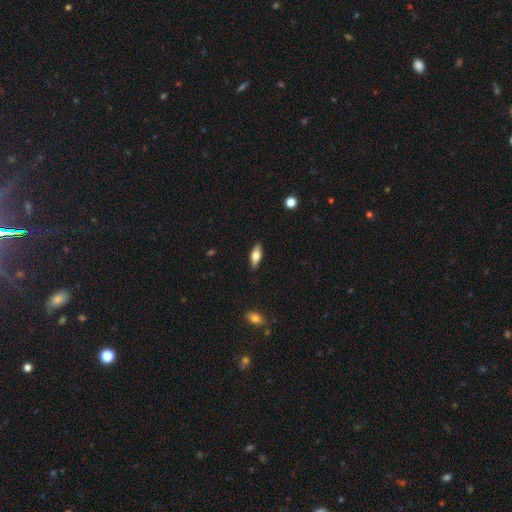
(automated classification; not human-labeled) Morphology: type=smooth (61%); roundness=in between (68%); merging=none (88%).